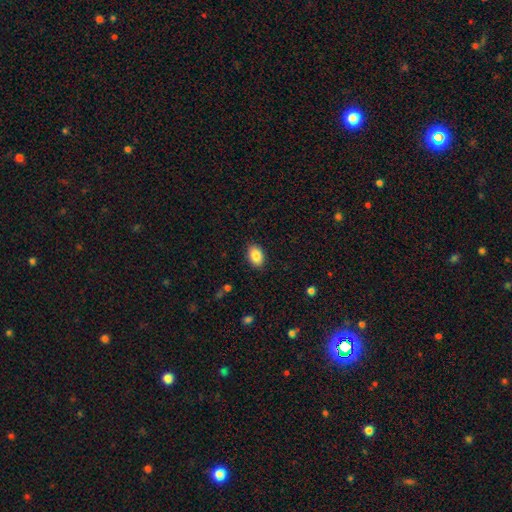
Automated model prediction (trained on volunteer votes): Overall: smooth (87%). How rounded: in between (86%). Merging: none (88%).